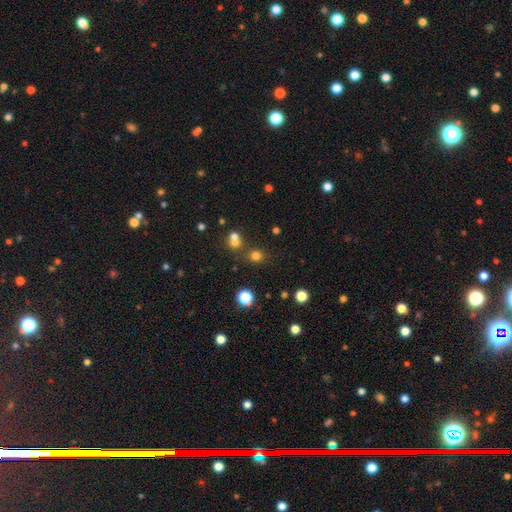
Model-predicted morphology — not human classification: Smooth or featured? smooth (71%)
How rounded? round (85%)
Merging? none (67%)